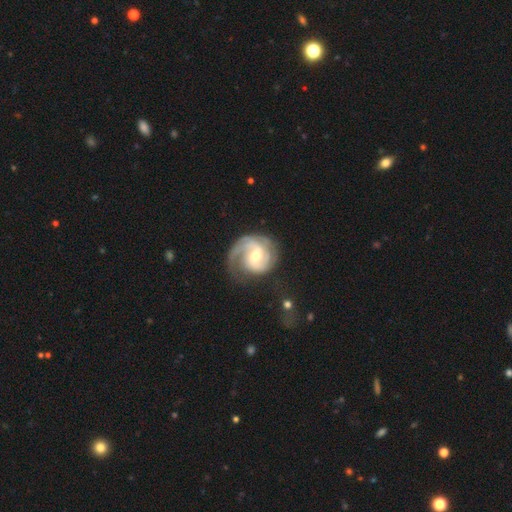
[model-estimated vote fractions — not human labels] Smooth or featured?
  - featured or disk: 87% *
  - smooth: 9%
  - star or artifact: 4%
Edge-on disk?
  - no: 98% *
  - yes: 2%
Bar?
  - weak: 53% *
  - no: 32%
  - strong: 15%
Spiral arms?
  - yes: 97% *
  - no: 3%
Spiral winding?
  - tight: 43% *
  - medium: 42%
  - loose: 15%
Spiral arm count?
  - 2: 58% *
  - 1: 17%
  - can't tell: 10%
  - 3: 10%
  - 4: 3%
  - more than 4: 2%
Bulge size?
  - moderate: 59% *
  - small: 32%
  - large: 6%
  - none: 2%
  - dominant: 1%
Merging?
  - none: 63% *
  - minor disturbance: 19%
  - major disturbance: 16%
  - merger: 2%